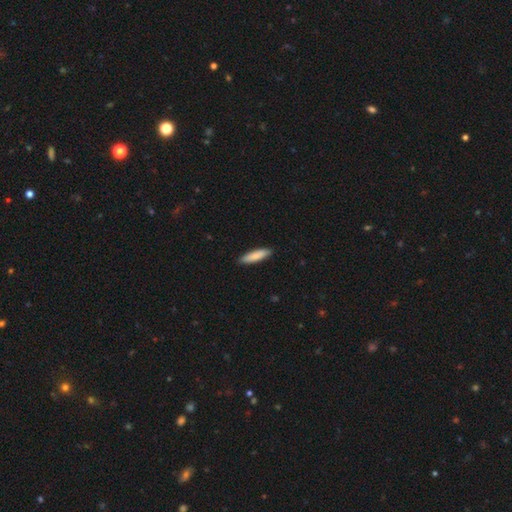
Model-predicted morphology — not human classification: smooth 86%, featured or disk 9%, star or artifact 5%. Down the decision tree: how rounded — cigar-shaped (72%); merging — none (91%).